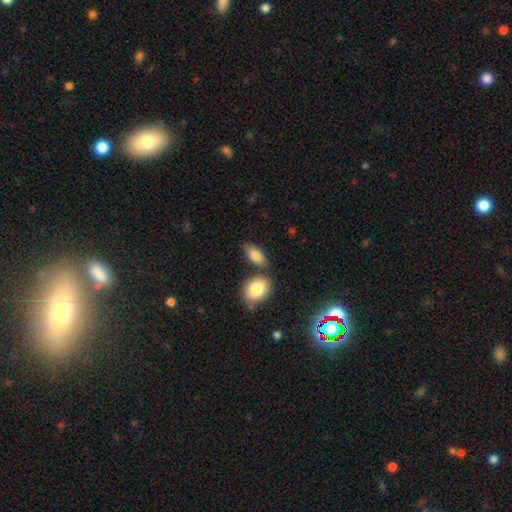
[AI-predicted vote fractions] A smooth galaxy with no disk features (84%) that is in between round and cigar-shaped (87%).

Vote fractions:
- Smooth or featured? smooth: 84% / featured or disk: 10% / star or artifact: 7%
- How rounded? in between: 87% / round: 7% / cigar-shaped: 6%
- Merging? none: 64% / merger: 18% / minor disturbance: 14% / major disturbance: 4%